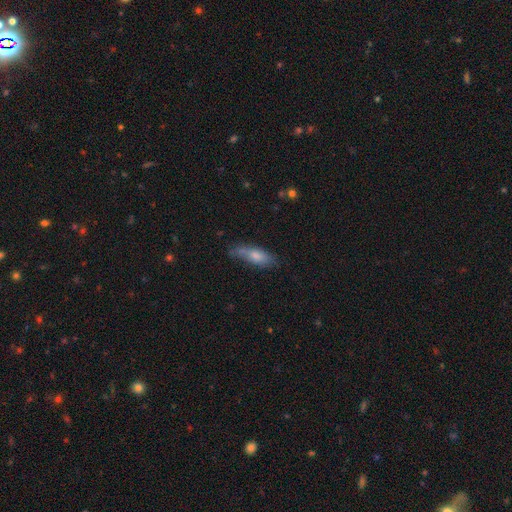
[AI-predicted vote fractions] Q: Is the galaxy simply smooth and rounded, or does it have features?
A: smooth — 69%.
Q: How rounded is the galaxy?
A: in between — 58%.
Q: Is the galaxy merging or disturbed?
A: none — 57%.